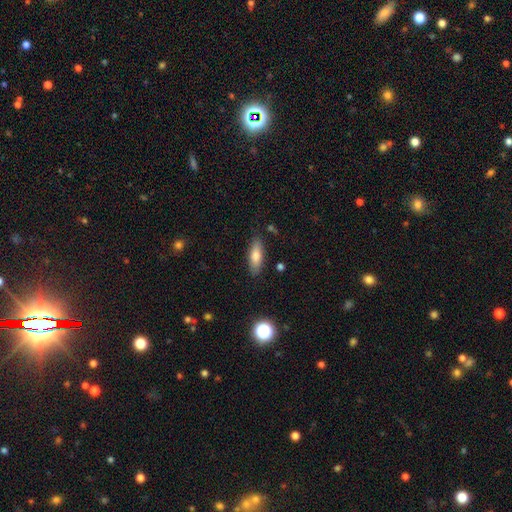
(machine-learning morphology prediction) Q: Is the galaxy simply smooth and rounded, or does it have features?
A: smooth — 76%.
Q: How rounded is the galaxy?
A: in between — 60%.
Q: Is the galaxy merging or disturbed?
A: none — 84%.